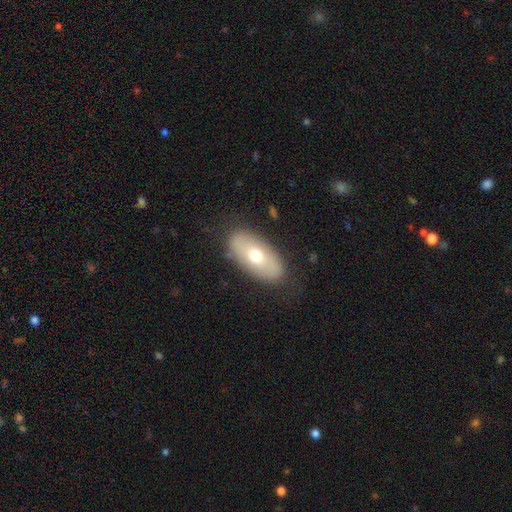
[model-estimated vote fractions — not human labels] smooth 61%, featured or disk 32%, star or artifact 7%. Down the decision tree: how rounded — in between (91%); merging — none (81%).